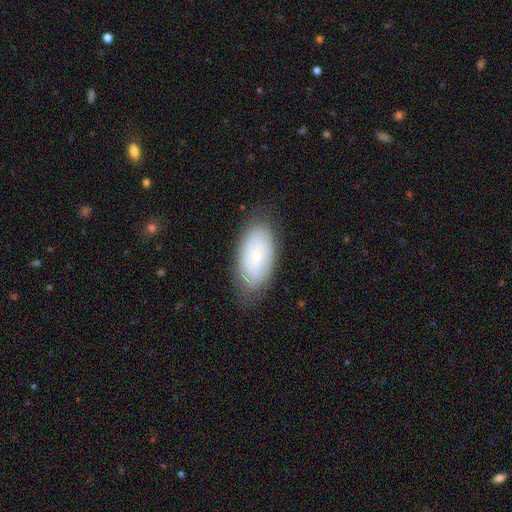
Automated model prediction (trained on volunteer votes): Smooth or featured?
  - featured or disk: 50% *
  - smooth: 42%
  - star or artifact: 8%
Edge-on disk?
  - no: 92% *
  - yes: 8%
Merging?
  - none: 77% *
  - minor disturbance: 17%
  - major disturbance: 4%
  - merger: 1%